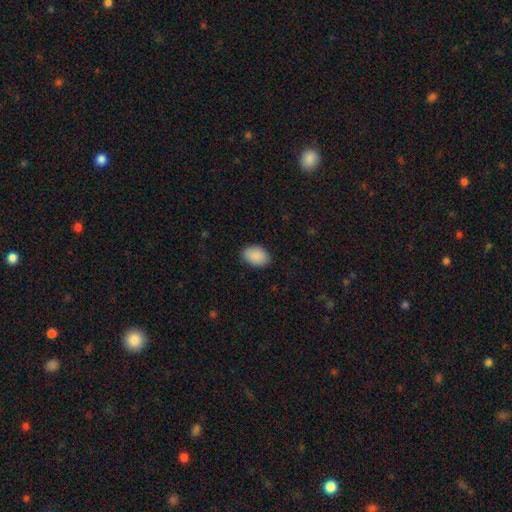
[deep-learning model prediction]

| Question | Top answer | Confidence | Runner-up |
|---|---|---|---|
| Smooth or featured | smooth | 90% | star or artifact (6%) |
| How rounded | in between | 86% | round (13%) |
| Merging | none | 88% | minor disturbance (9%) |